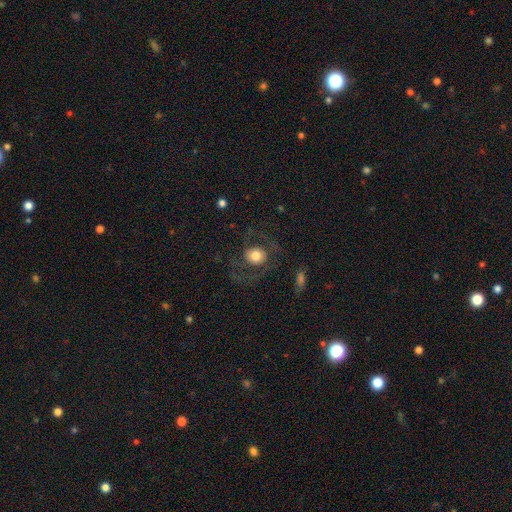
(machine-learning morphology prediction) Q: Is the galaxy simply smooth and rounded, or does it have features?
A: smooth — 49%.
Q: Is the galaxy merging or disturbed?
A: none — 62%.